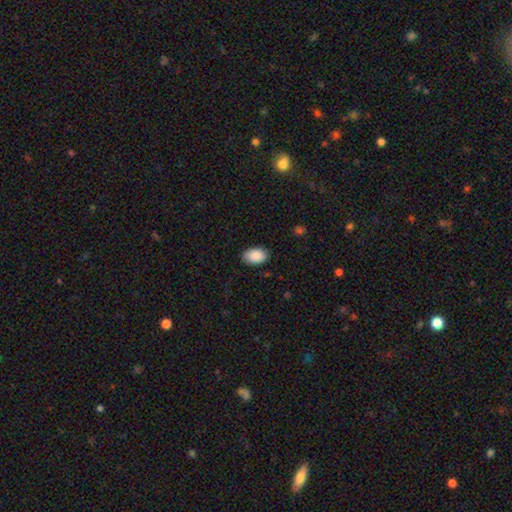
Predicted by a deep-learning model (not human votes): The model was most divided on "merging": none: 86%, minor disturbance: 11%, major disturbance: 2%, merger: 1%. More confident: smooth or featured — smooth (90%); how rounded — in between (90%).